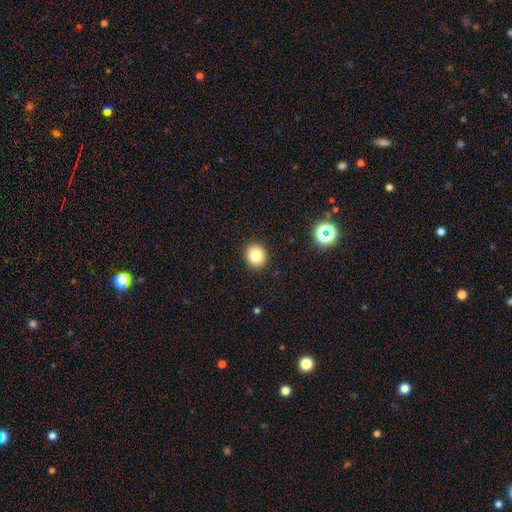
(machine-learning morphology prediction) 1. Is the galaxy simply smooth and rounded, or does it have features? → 80% smooth, 12% star or artifact, 8% featured or disk.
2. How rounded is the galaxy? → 74% round, 25% in between, 1% cigar-shaped.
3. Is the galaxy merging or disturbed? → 91% none, 6% minor disturbance, 2% major disturbance, 1% merger.